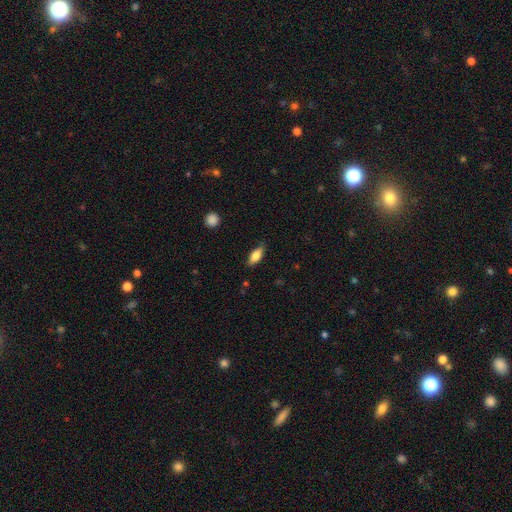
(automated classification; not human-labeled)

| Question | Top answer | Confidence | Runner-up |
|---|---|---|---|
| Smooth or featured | smooth | 77% | featured or disk (17%) |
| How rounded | in between | 79% | cigar-shaped (19%) |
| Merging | none | 82% | minor disturbance (14%) |